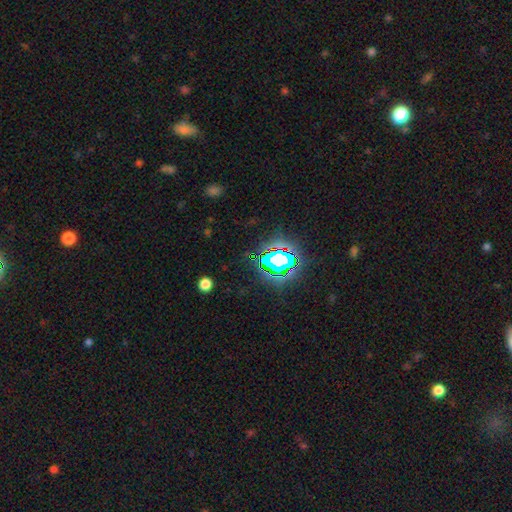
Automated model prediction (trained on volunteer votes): This appears to be a star or artifact, not a galaxy (79%).